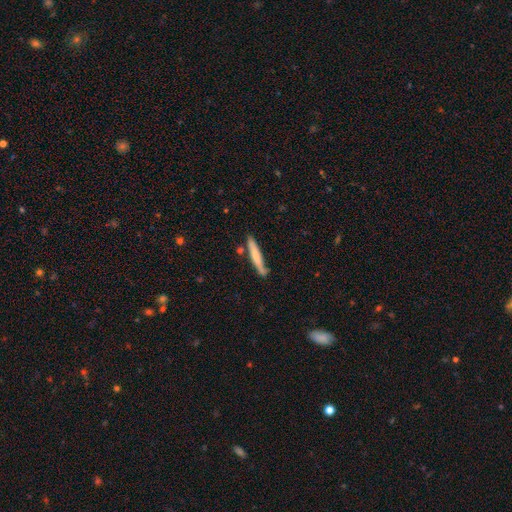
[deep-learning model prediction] Smooth or featured?
  - smooth: 64% *
  - featured or disk: 31%
  - star or artifact: 5%
How rounded?
  - cigar-shaped: 93% *
  - in between: 6%
  - round: 1%
Merging?
  - none: 73% *
  - minor disturbance: 17%
  - merger: 7%
  - major disturbance: 3%